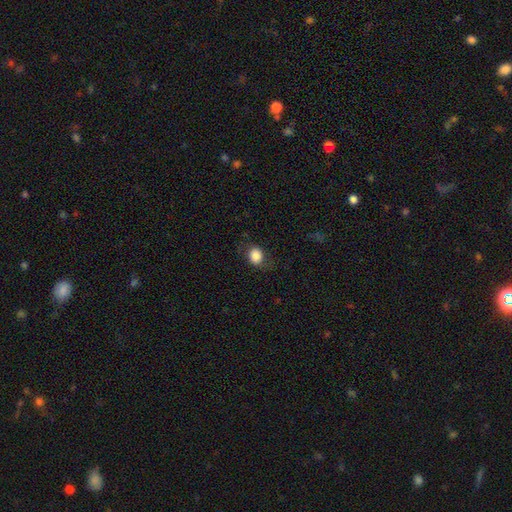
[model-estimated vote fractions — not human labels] Overall: smooth (84%). How rounded: round (54%; in between 45%). Merging: none (74%).